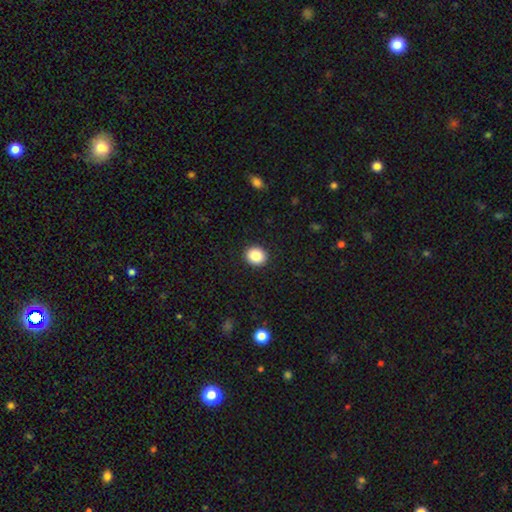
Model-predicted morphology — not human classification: A smooth galaxy with no disk features (87%) that is round (77%). Merging: none (92%).